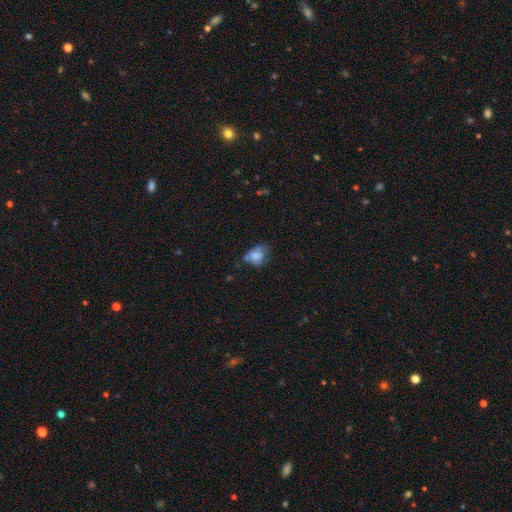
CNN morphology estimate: smooth_or_featured: smooth (p=0.68) [alt: featured or disk p=0.20]
how_rounded: in between (p=0.69) [alt: round p=0.30]
merging: none (p=0.37) [alt: minor disturbance p=0.31]